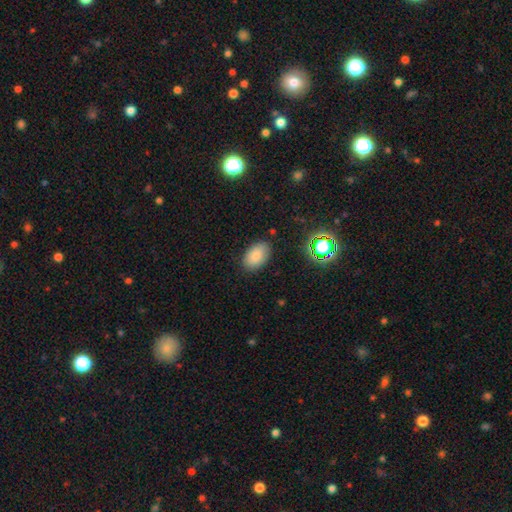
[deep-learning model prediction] Smooth or featured?
  - smooth: 82% *
  - star or artifact: 10%
  - featured or disk: 7%
How rounded?
  - in between: 91% *
  - round: 8%
  - cigar-shaped: 1%
Merging?
  - none: 85% *
  - minor disturbance: 11%
  - major disturbance: 3%
  - merger: 1%